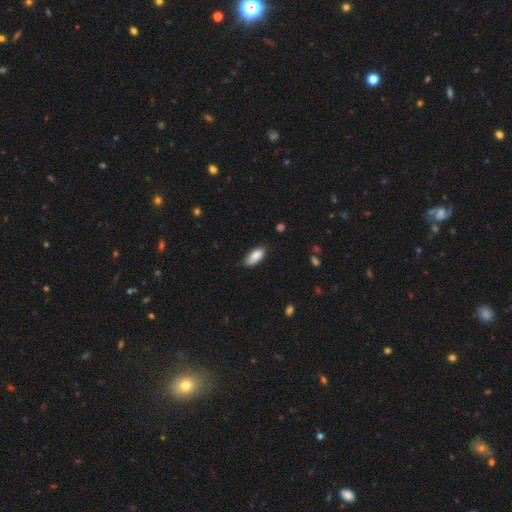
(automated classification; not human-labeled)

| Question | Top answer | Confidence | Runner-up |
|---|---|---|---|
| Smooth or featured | smooth | 87% | featured or disk (7%) |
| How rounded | in between | 85% | cigar-shaped (13%) |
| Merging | none | 71% | minor disturbance (24%) |